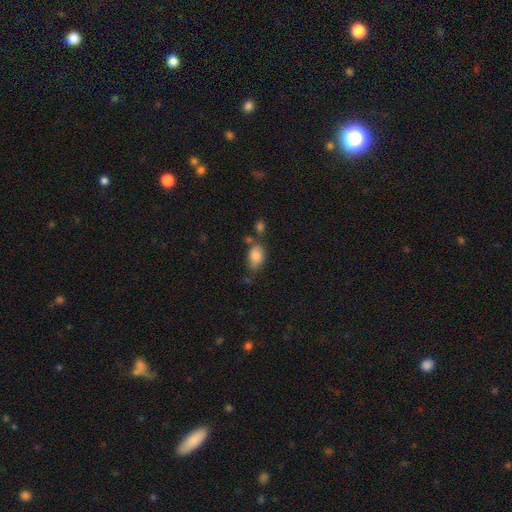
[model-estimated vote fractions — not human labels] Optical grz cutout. It shows a smooth galaxy with no disk features (83%) that is in between round and cigar-shaped (86%). Merging: none (54%).